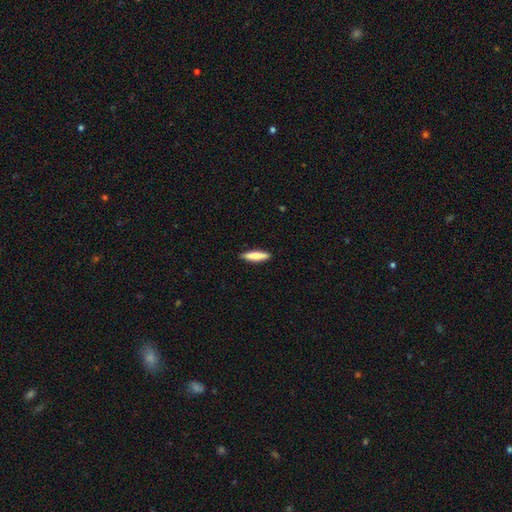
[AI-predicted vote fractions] smooth-or-featured: smooth: 80% | featured or disk: 14% | star or artifact: 5%
  how-rounded: cigar-shaped: 81% | in between: 18% | round: 1%
  merging: none: 89% | minor disturbance: 8% | major disturbance: 2% | merger: 1%